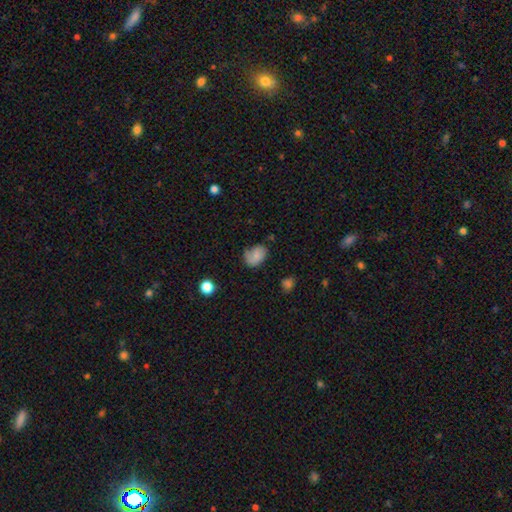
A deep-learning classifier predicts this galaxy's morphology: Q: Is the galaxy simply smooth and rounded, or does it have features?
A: smooth — 69%.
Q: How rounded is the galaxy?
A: in between — 70%.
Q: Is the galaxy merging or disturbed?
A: none — 53%.